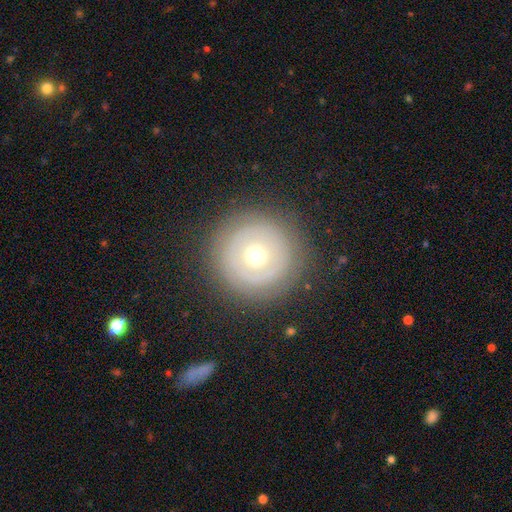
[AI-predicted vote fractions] Smooth or featured: smooth — 46% (tied with featured or disk — 46%)
Merging: none — 85% (minor disturbance — 9%)